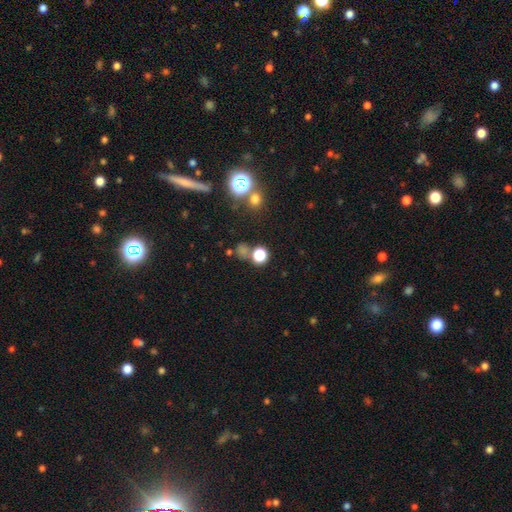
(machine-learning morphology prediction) Smooth or featured? star or artifact (59%)